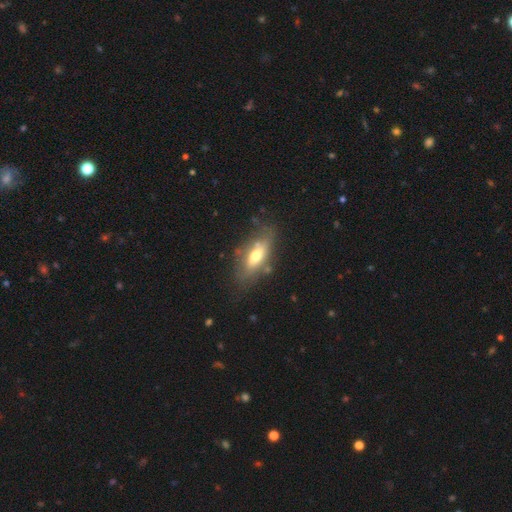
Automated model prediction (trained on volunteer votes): A smooth galaxy with no disk features (53%) that is in between round and cigar-shaped (74%). Merging: none (66%).